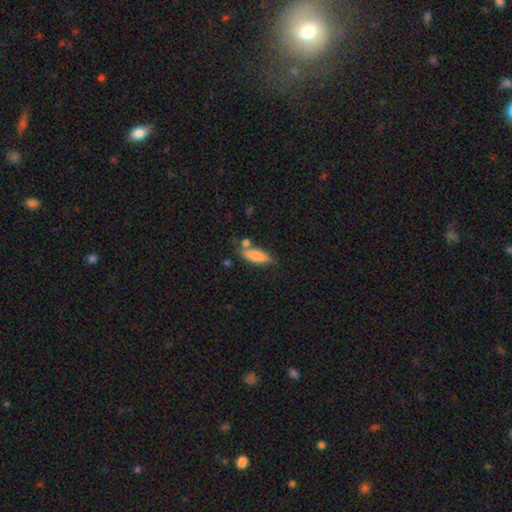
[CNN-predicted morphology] A smooth galaxy with no disk features (81%) that is in between round and cigar-shaped (51%). Merging: none (63%).